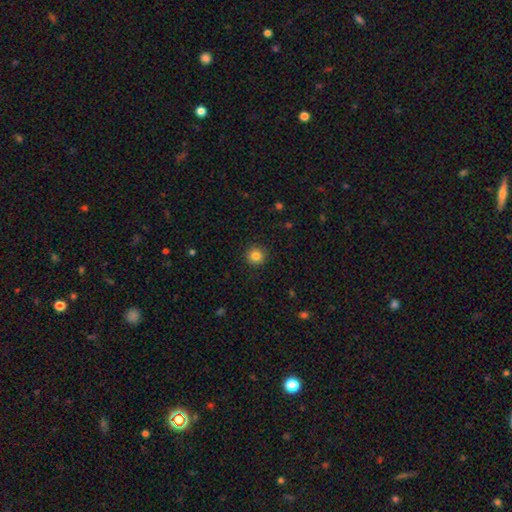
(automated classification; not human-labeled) Smooth or featured: smooth — 84% (star or artifact — 11%)
How rounded: round — 94% (in between — 5%)
Merging: none — 92% (minor disturbance — 6%)